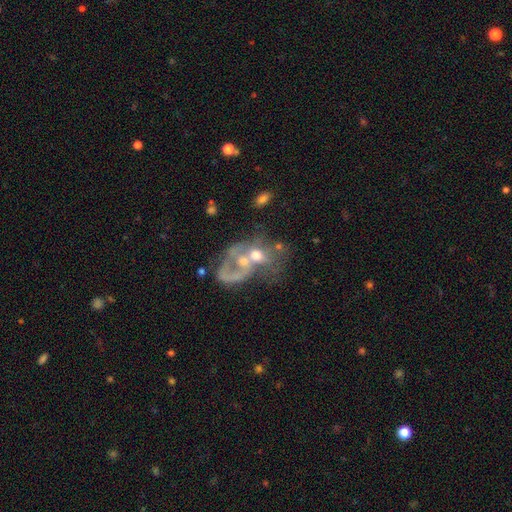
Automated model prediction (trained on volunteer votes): smooth-or-featured: featured or disk: 61% | smooth: 28% | star or artifact: 11%
  disk-edge-on: no: 97% | yes: 3%
    bar: no: 83% | weak: 14% | strong: 4%
    has-spiral-arms: no: 67% | yes: 33%
    bulge-size: moderate: 59% | small: 17% | none: 11% | large: 10% | dominant: 2%
  merging: merger: 59% | major disturbance: 20% | none: 13% | minor disturbance: 8%